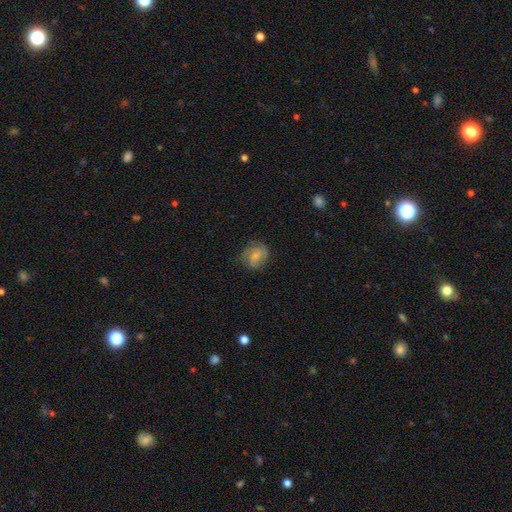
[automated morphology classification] type=smooth (50%); roundness=round (64%); merging=none (70%).